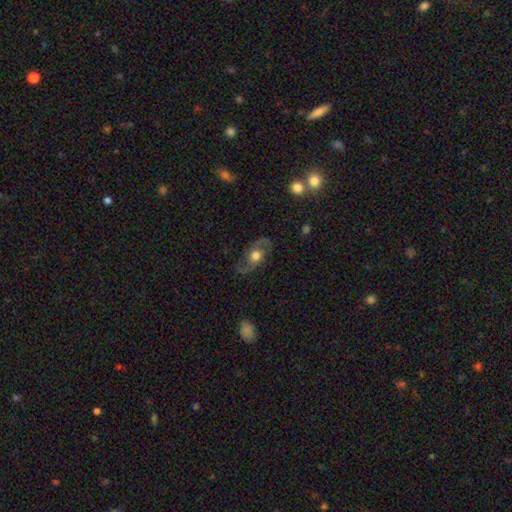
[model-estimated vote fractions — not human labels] Overall: featured or disk (74%). Edge-on disk: no (91%). Bar: no (77%). Spiral arms: yes (86%). Spiral arm count: 2 (90%). Spiral winding: loose (45%; medium 42%). Bulge size: moderate (61%; large 30%). Merging: none (75%).